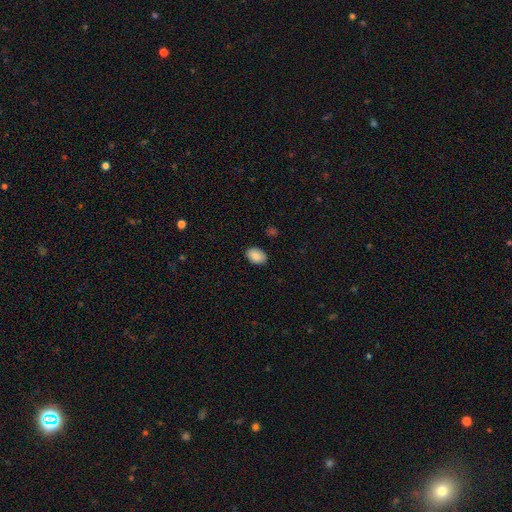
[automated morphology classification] smooth 88%, star or artifact 7%, featured or disk 4%. Down the decision tree: how rounded — in between (86%); merging — none (88%).